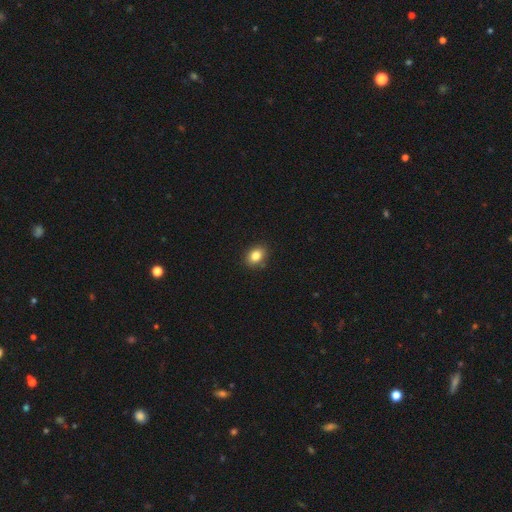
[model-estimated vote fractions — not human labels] Smooth or featured? Predicted: smooth (p=0.84). How rounded? Predicted: in between (p=0.67). Merging? Predicted: none (p=0.86).